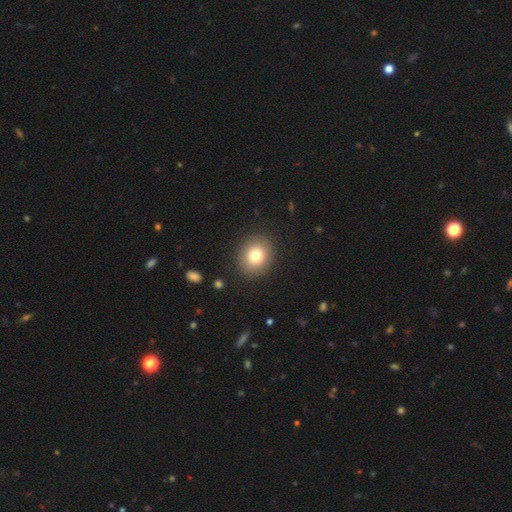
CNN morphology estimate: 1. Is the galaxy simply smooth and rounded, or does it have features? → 78% smooth, 11% featured or disk, 11% star or artifact.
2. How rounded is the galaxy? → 70% round, 29% in between, 1% cigar-shaped.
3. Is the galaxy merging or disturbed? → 89% none, 7% minor disturbance, 3% major disturbance, 1% merger.